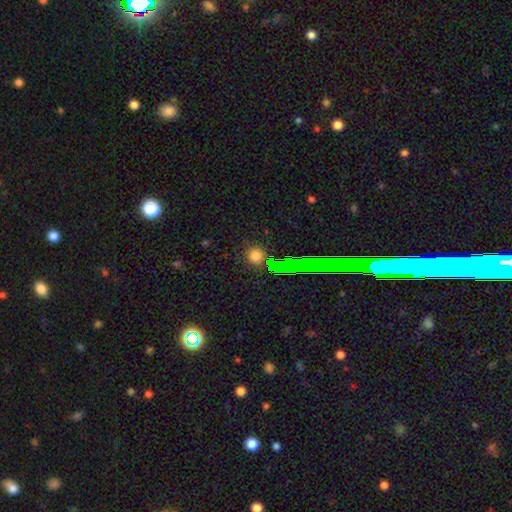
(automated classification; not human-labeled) This appears to be a smooth galaxy with no disk features (73%) that is round (91%). Merging: none (87%).